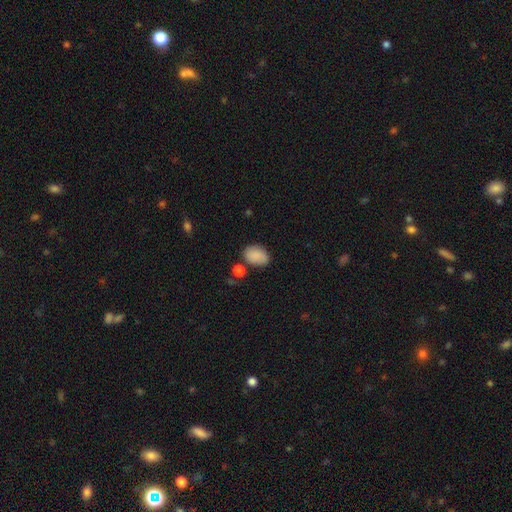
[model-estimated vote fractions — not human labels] Q: Smooth or featured?
A: smooth (87%); runner-up: star or artifact (8%)
Q: How rounded?
A: in between (81%); runner-up: round (18%)
Q: Merging?
A: none (71%); runner-up: minor disturbance (18%)